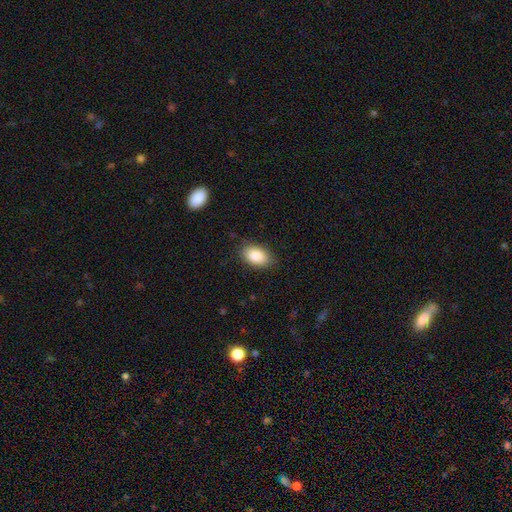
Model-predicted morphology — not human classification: smooth 88%, star or artifact 7%, featured or disk 5%. Down the decision tree: how rounded — in between (91%); merging — none (84%).